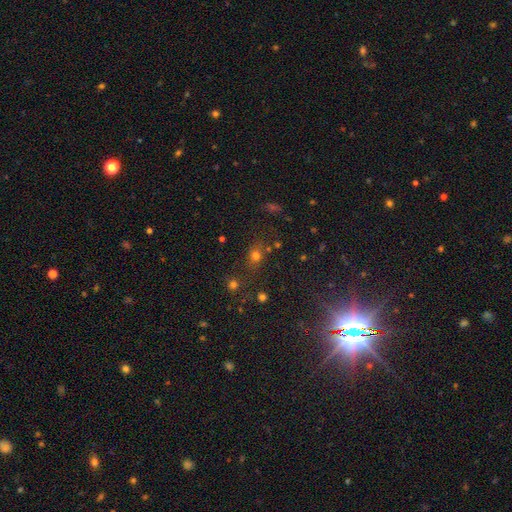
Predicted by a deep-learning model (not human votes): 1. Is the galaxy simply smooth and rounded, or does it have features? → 68% smooth, 23% star or artifact, 9% featured or disk.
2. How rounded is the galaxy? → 61% round, 36% in between, 3% cigar-shaped.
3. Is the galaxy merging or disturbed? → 68% none, 14% minor disturbance, 10% merger, 7% major disturbance.